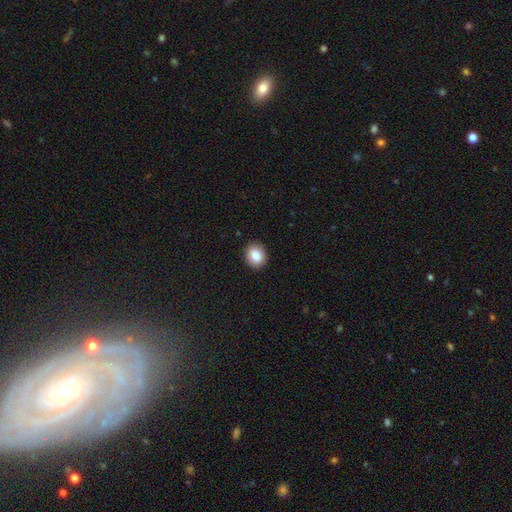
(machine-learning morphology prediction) Smooth or featured? Predicted: smooth (p=0.83). How rounded? Predicted: round (p=0.68). Merging? Predicted: none (p=0.91).